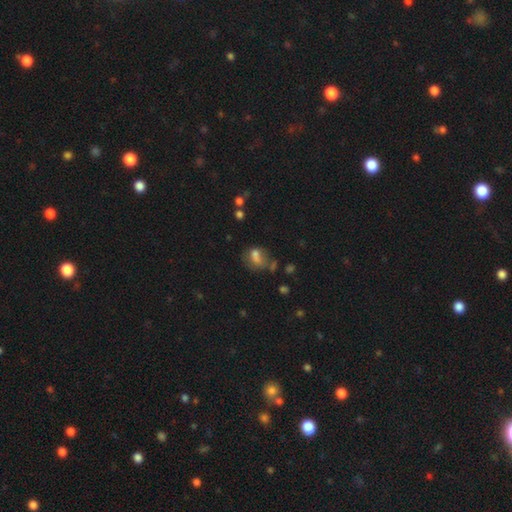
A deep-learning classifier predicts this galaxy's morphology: Overall: smooth (63%). How rounded: in between (70%). Merging: none (34%; major disturbance 27%).